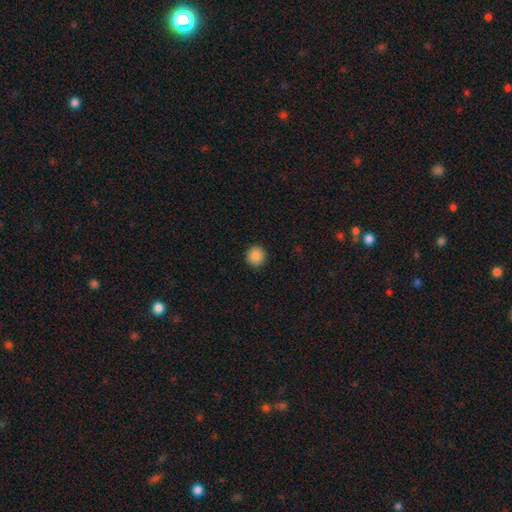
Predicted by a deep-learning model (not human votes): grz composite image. It shows a smooth galaxy with no disk features (88%) that is round (94%). Merging: none (92%).